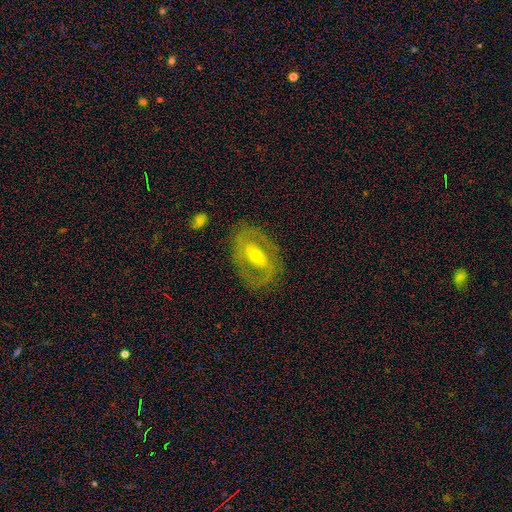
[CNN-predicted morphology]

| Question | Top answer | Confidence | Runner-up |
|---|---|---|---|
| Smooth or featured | featured or disk | 79% | smooth (14%) |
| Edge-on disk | no | 94% | yes (6%) |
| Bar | strong | 39% | weak (38%) |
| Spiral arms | yes | 73% | no (27%) |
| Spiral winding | tight | 44% | medium (42%) |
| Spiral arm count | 2 | 76% | can't tell (15%) |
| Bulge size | moderate | 52% | small (43%) |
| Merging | none | 79% | minor disturbance (13%) |